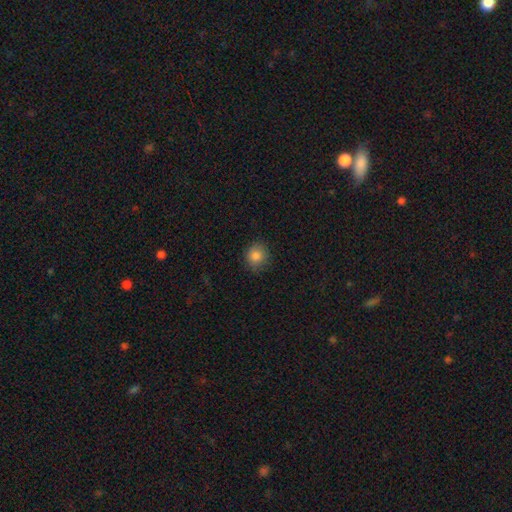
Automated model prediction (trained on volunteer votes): Smooth or featured?
  - smooth: 84% *
  - star or artifact: 10%
  - featured or disk: 5%
How rounded?
  - round: 84% *
  - in between: 15%
  - cigar-shaped: 1%
Merging?
  - none: 84% *
  - minor disturbance: 12%
  - major disturbance: 3%
  - merger: 1%